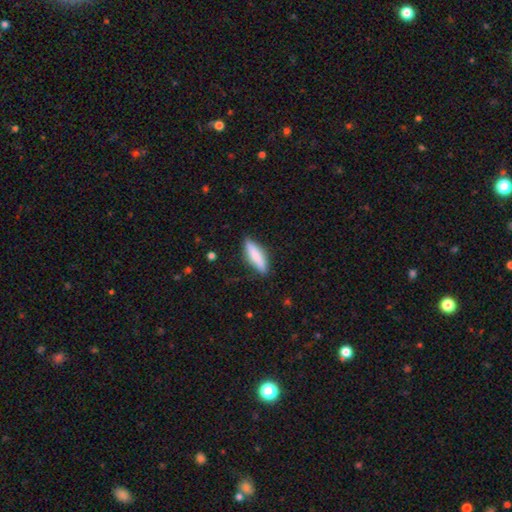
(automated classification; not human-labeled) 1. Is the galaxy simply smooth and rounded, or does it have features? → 73% smooth, 21% featured or disk, 6% star or artifact.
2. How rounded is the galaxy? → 66% cigar-shaped, 32% in between, 2% round.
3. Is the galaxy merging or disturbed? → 83% none, 13% minor disturbance, 3% major disturbance, 1% merger.